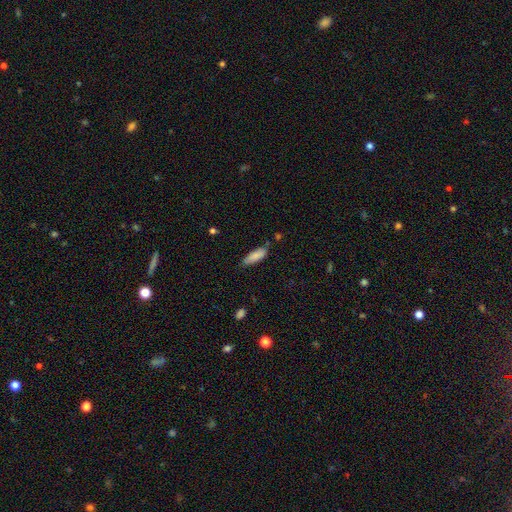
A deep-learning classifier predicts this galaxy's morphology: A smooth galaxy with no disk features (85%) that is in between round and cigar-shaped (58%). Merging: none (70%).